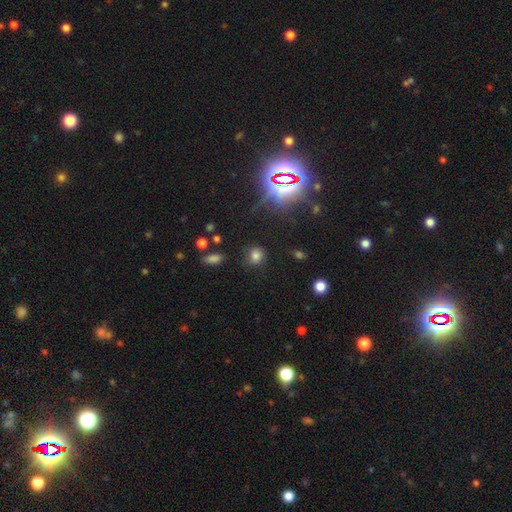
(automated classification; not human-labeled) smooth_or_featured: smooth (p=0.72) [alt: star or artifact p=0.20]
how_rounded: round (p=0.78) [alt: in between p=0.20]
merging: none (p=0.78) [alt: minor disturbance p=0.14]